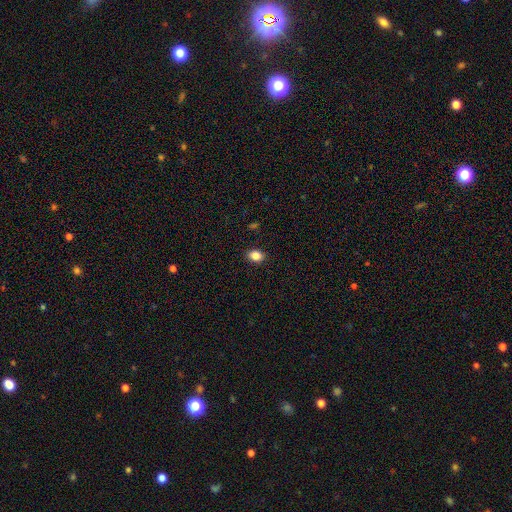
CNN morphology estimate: The model was most divided on "how rounded": in between: 69%, round: 30%, cigar-shaped: 1%. More confident: merging — none (89%); smooth or featured — smooth (86%).